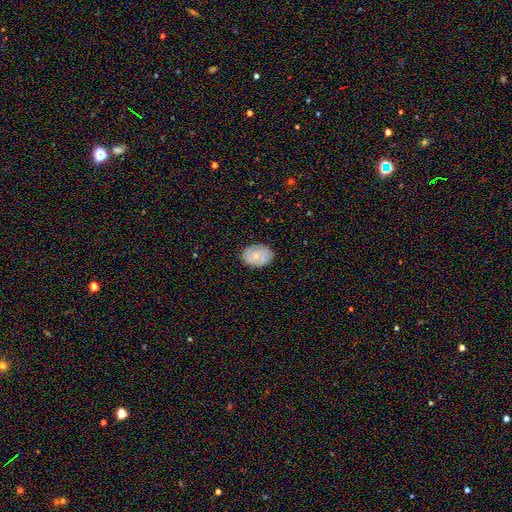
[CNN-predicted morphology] A smooth galaxy with no disk features (59%) that is in between round and cigar-shaped (77%). Merging: none (82%).